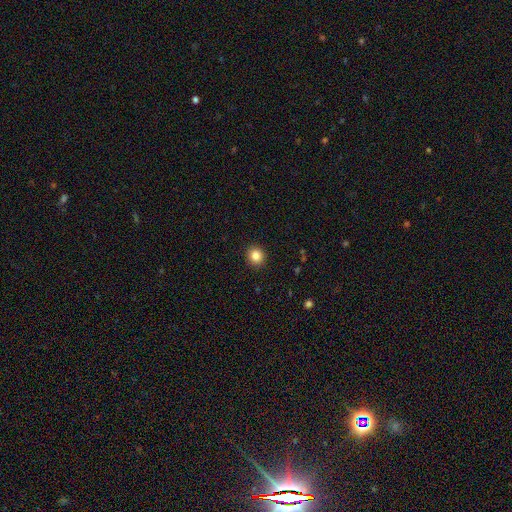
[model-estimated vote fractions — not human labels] This is clearly a smooth galaxy (85%). How rounded: clearly round (88%). Merging: clearly none (92%).